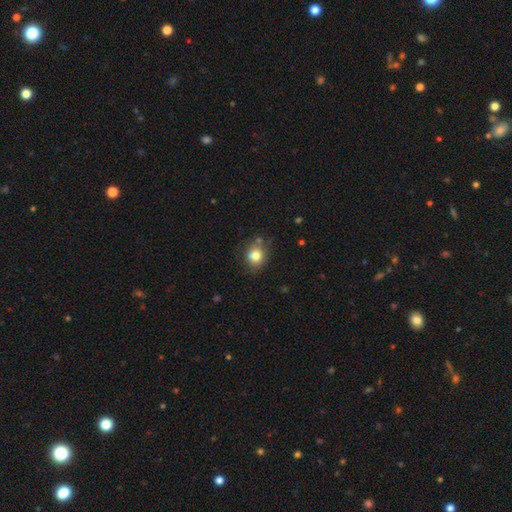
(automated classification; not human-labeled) This is likely a smooth galaxy (80%). How rounded: likely round (76%). Merging: likely none (74%).